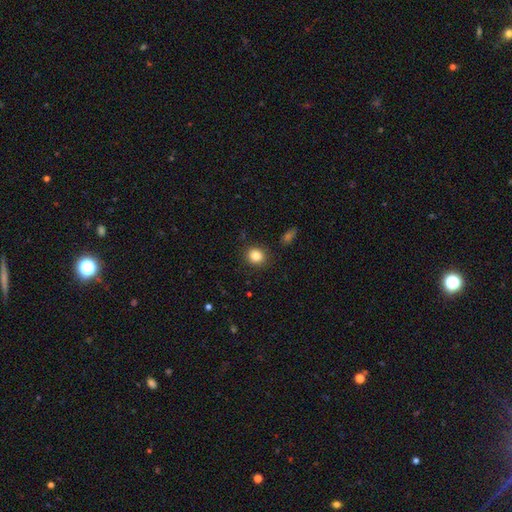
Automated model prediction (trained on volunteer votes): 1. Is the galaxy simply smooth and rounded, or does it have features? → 85% smooth, 10% star or artifact, 5% featured or disk.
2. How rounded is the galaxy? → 76% round, 23% in between, 1% cigar-shaped.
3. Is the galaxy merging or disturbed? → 87% none, 8% minor disturbance, 3% major disturbance, 2% merger.